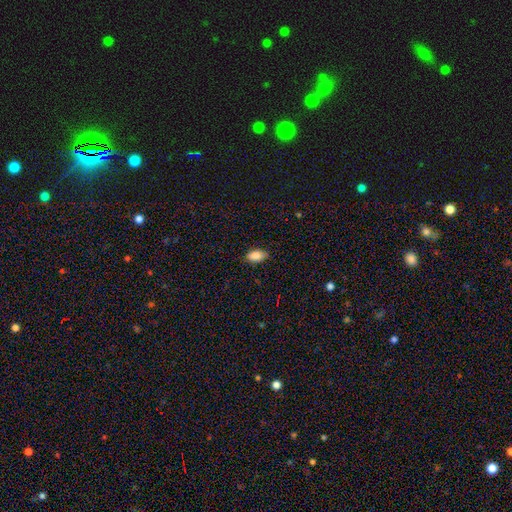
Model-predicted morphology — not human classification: Smooth or featured: smooth — 86% (star or artifact — 8%)
How rounded: in between — 91% (round — 5%)
Merging: none — 81% (minor disturbance — 15%)